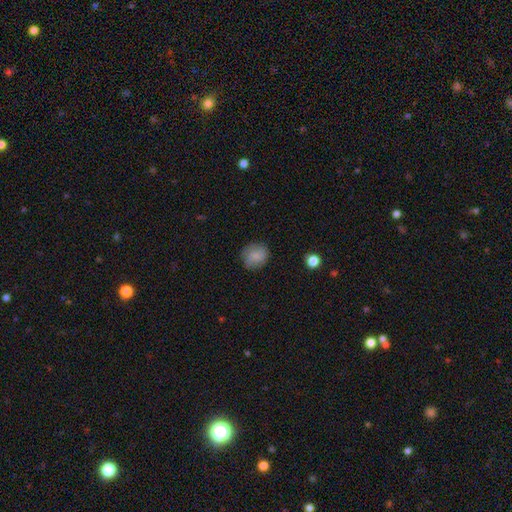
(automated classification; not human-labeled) This is likely a smooth galaxy (75%). How rounded: clearly round (83%). Merging: likely none (76%).